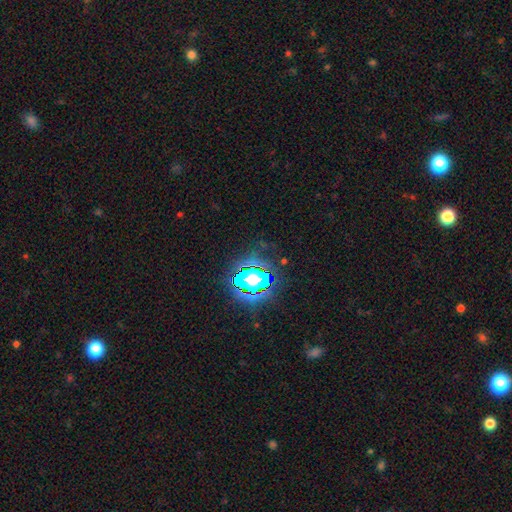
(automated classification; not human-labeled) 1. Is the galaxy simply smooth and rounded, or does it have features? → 79% star or artifact, 13% smooth, 7% featured or disk.